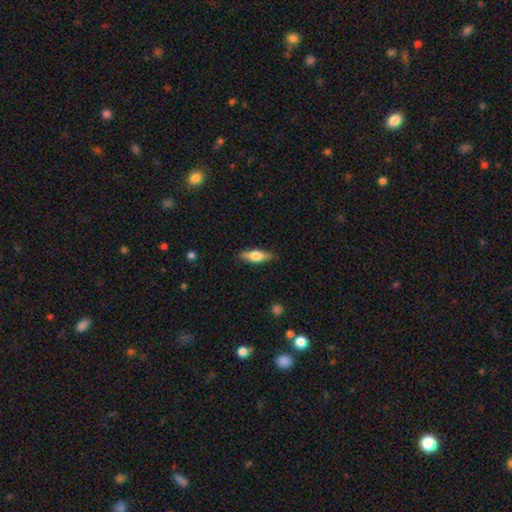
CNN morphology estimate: This appears to be a smooth galaxy with no disk features (56%) that is in between round and cigar-shaped (52%). Merging: none (86%).